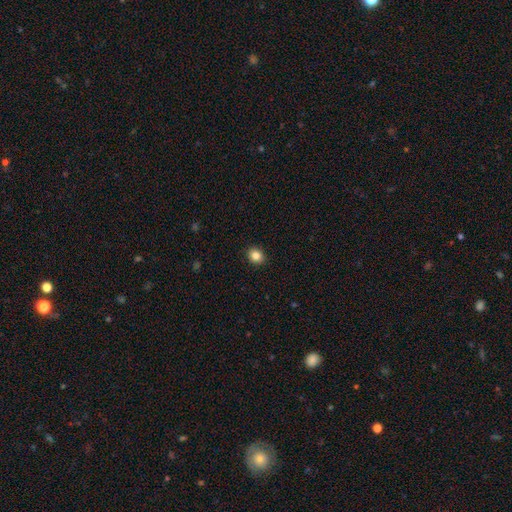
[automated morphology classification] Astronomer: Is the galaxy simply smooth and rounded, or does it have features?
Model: smooth — 85%.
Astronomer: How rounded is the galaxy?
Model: round — 64%.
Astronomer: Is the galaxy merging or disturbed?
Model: none — 91%.